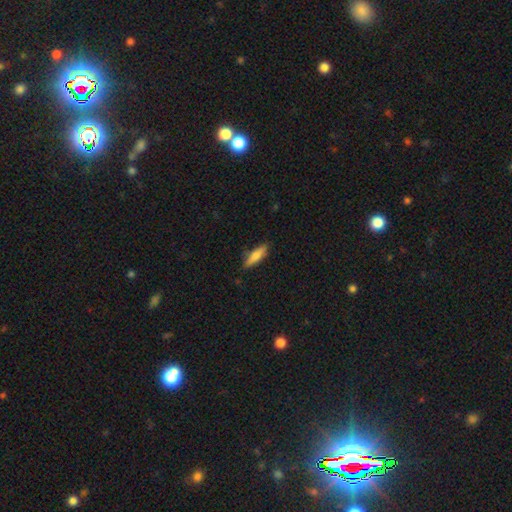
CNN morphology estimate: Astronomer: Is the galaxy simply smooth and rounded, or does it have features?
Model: smooth — 71%.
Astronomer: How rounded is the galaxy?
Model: cigar-shaped — 64%.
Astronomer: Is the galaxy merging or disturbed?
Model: none — 82%.